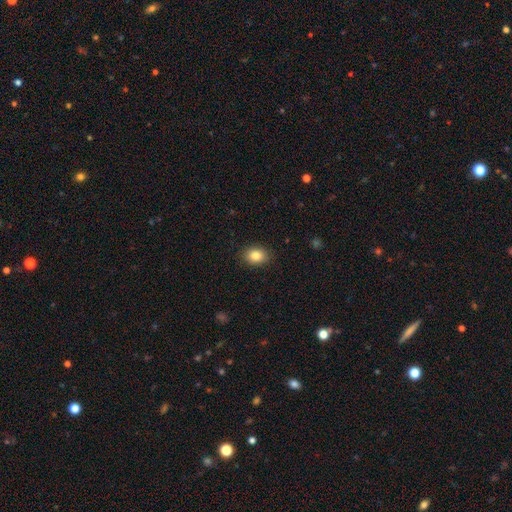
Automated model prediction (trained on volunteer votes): The model was most divided on "how rounded": in between: 69%, round: 30%, cigar-shaped: 1%. More confident: merging — none (88%); smooth or featured — smooth (85%).